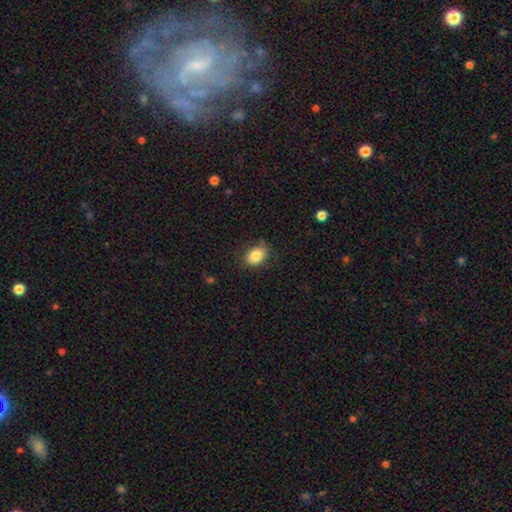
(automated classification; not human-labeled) Smooth or featured? Predicted: smooth (p=0.83). How rounded? Predicted: in between (p=0.62). Merging? Predicted: none (p=0.70).